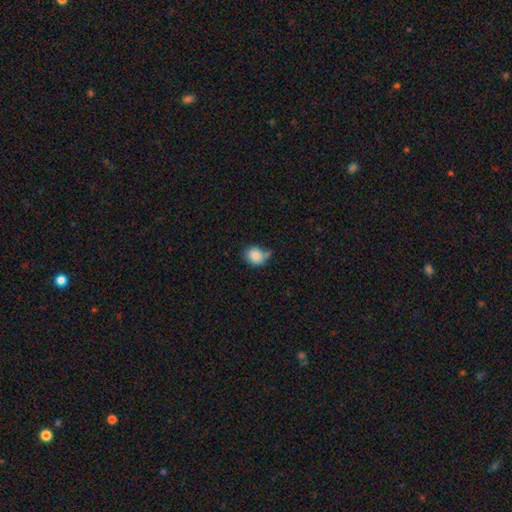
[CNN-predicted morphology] smooth 86%, star or artifact 9%, featured or disk 6%. Down the decision tree: how rounded — round (59%); merging — none (53%).